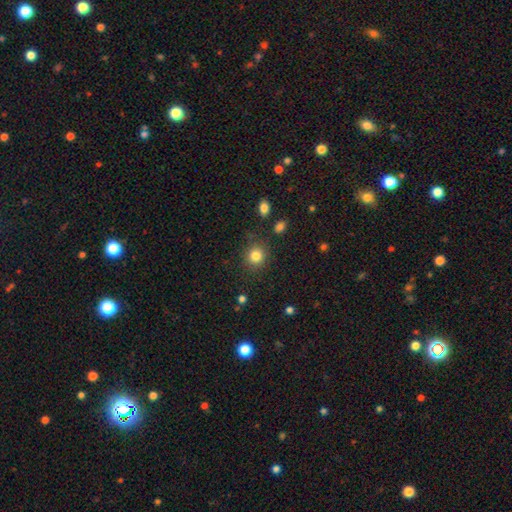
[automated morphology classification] This is clearly a smooth galaxy (83%). How rounded: clearly round (86%). Merging: clearly none (84%).